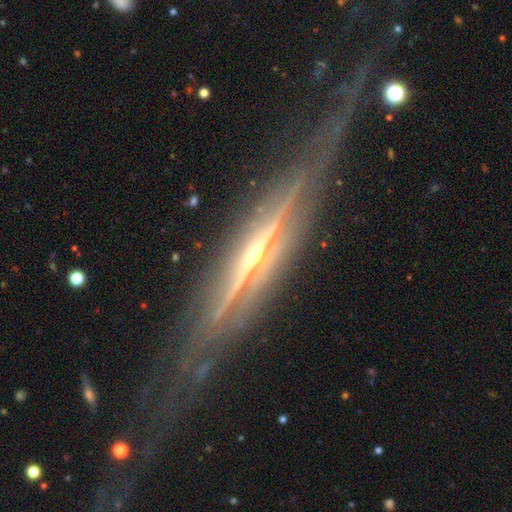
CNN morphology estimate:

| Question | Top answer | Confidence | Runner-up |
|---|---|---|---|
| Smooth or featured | featured or disk | 87% | smooth (7%) |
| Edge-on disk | yes | 94% | no (6%) |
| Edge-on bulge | rounded | 83% | none (11%) |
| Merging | none | 69% | minor disturbance (18%) |